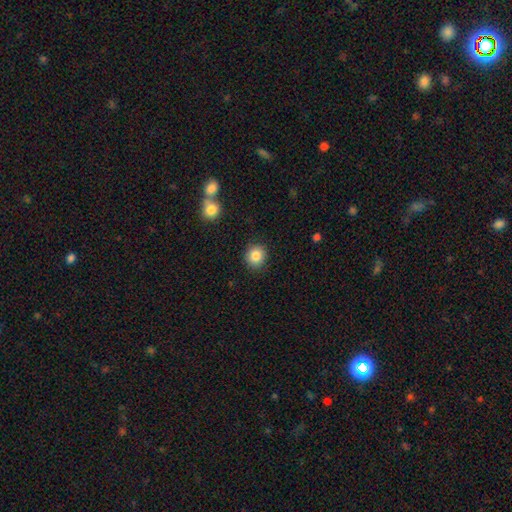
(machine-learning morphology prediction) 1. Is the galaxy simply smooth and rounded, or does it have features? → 85% smooth, 9% star or artifact, 5% featured or disk.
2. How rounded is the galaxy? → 86% round, 13% in between, 1% cigar-shaped.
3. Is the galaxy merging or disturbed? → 88% none, 7% minor disturbance, 2% major disturbance, 2% merger.